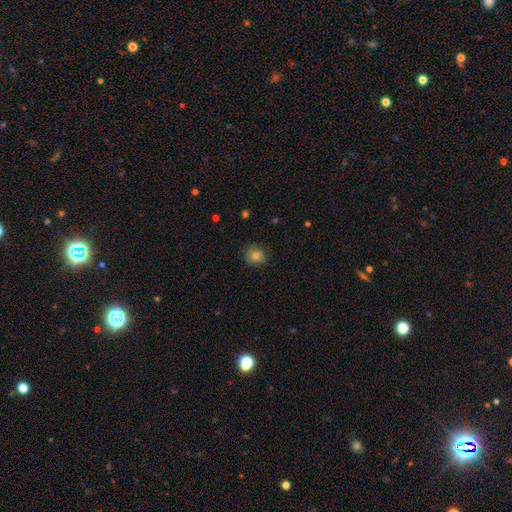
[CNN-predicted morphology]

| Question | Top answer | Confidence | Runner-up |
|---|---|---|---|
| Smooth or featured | smooth | 79% | star or artifact (11%) |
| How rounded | round | 79% | in between (20%) |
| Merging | none | 78% | minor disturbance (17%) |